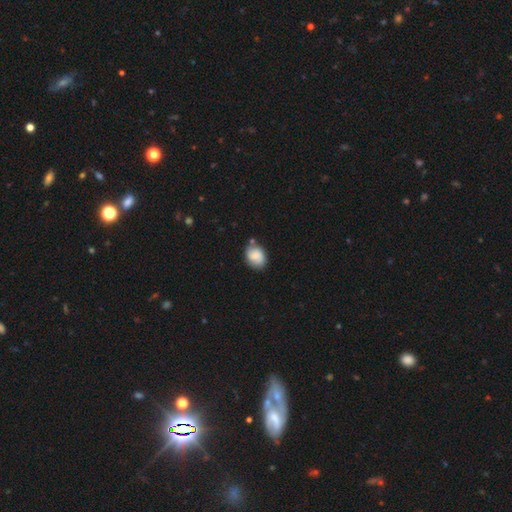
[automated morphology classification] A smooth galaxy with no disk features (74%) that is in between round and cigar-shaped (57%).

Vote fractions:
- Smooth or featured? smooth: 74% / featured or disk: 18% / star or artifact: 8%
- How rounded? in between: 57% / round: 41% / cigar-shaped: 1%
- Merging? none: 68% / minor disturbance: 21% / merger: 6% / major disturbance: 5%